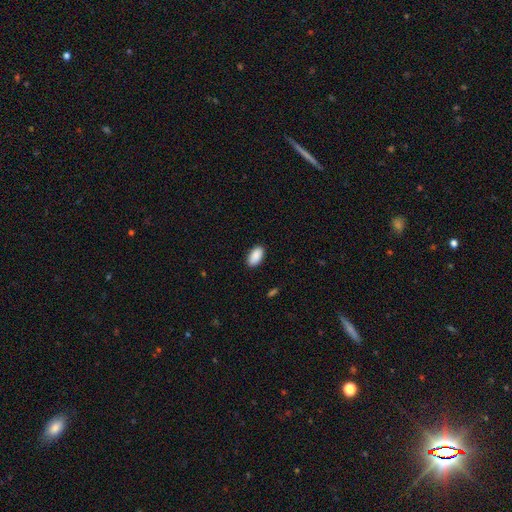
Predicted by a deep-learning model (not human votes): smooth 91%, star or artifact 6%, featured or disk 3%. Down the decision tree: how rounded — in between (95%); merging — none (88%).